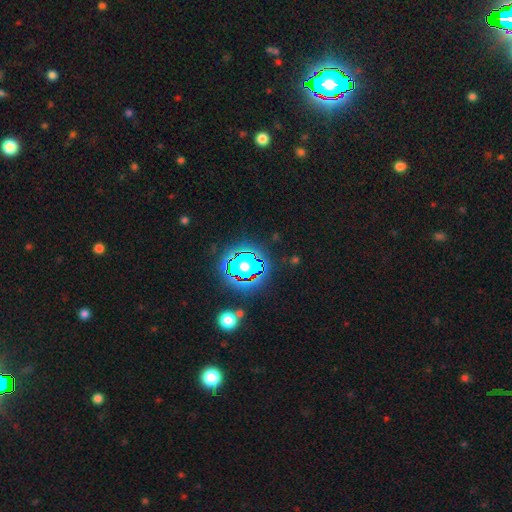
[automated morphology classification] Smooth or featured? star or artifact (68%)